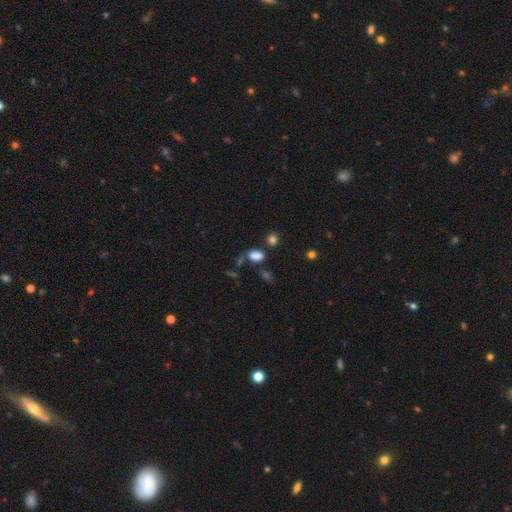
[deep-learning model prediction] Smooth or featured?
  - smooth: 79% *
  - star or artifact: 15%
  - featured or disk: 6%
How rounded?
  - in between: 81% *
  - round: 16%
  - cigar-shaped: 2%
Merging?
  - none: 54% *
  - minor disturbance: 18%
  - merger: 17%
  - major disturbance: 12%